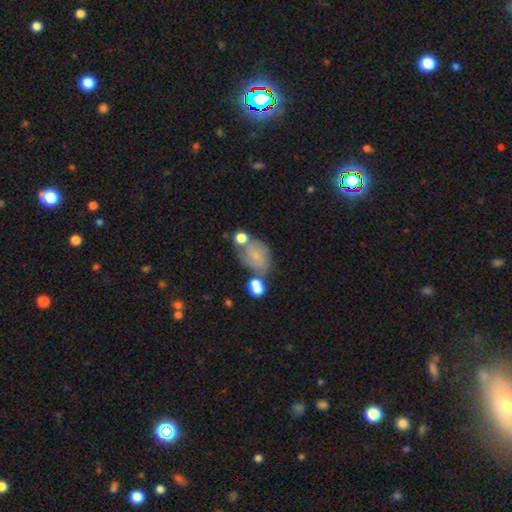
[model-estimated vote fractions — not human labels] Overall: smooth (44%, tied with featured or disk). Merging: none (42%; merger 24%).